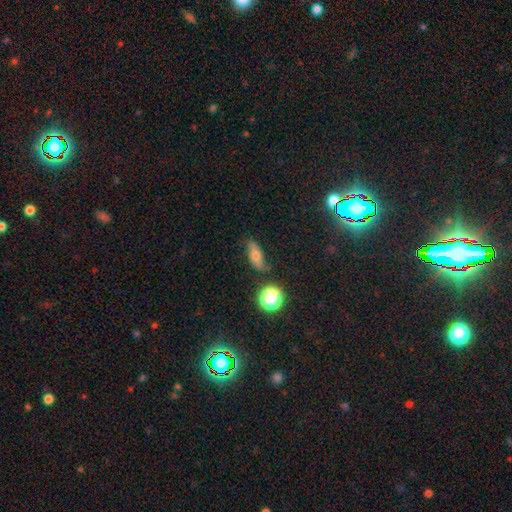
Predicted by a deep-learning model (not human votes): The model was most divided on "smooth or featured": smooth: 59%, featured or disk: 27%, star or artifact: 15%. More confident: merging — none (74%); how rounded — in between (67%).